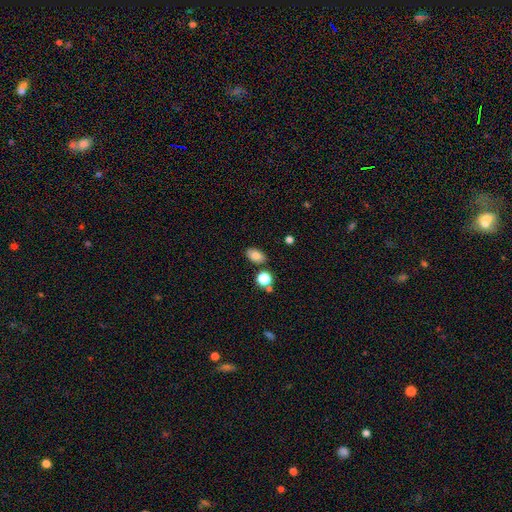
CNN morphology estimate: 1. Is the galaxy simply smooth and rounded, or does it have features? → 79% smooth, 10% star or artifact, 10% featured or disk.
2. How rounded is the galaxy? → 86% in between, 13% round, 2% cigar-shaped.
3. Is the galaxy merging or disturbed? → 82% none, 10% minor disturbance, 5% merger, 2% major disturbance.